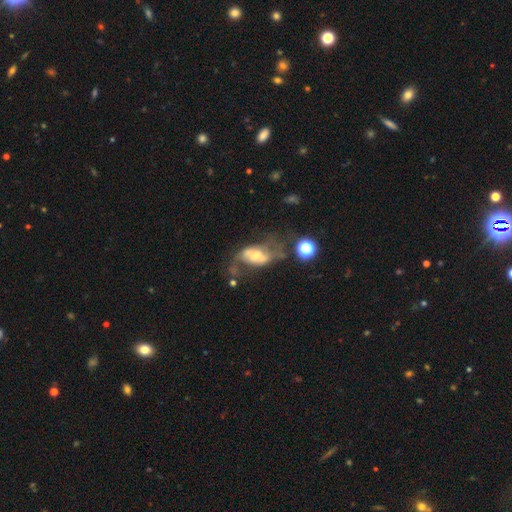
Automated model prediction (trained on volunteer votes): Morphology: type=featured or disk (63%); edge-on=no (92%); bar=no (42%); spiral arms=yes (68%); bulge=moderate (52%); merging=major disturbance (37%).